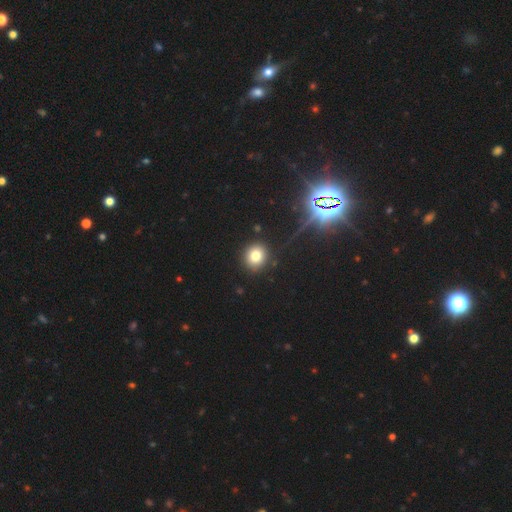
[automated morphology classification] Smooth or featured? Predicted: smooth (p=0.77). How rounded? Predicted: round (p=0.84). Merging? Predicted: none (p=0.89).